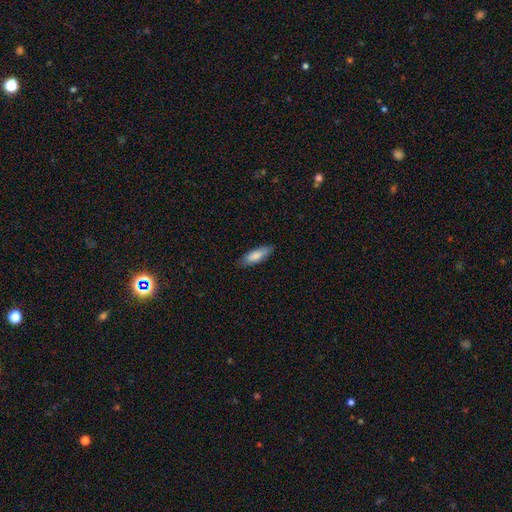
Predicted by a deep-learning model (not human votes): Smooth or featured? Predicted: smooth (p=0.83). How rounded? Predicted: in between (p=0.52). Merging? Predicted: none (p=0.83).